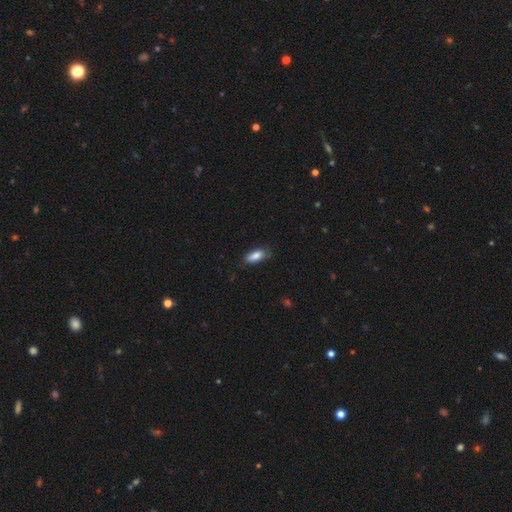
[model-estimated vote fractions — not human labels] The model was most divided on "merging": none: 72%, minor disturbance: 23%, major disturbance: 5%, merger: 1%. More confident: how rounded — in between (85%); smooth or featured — smooth (84%).